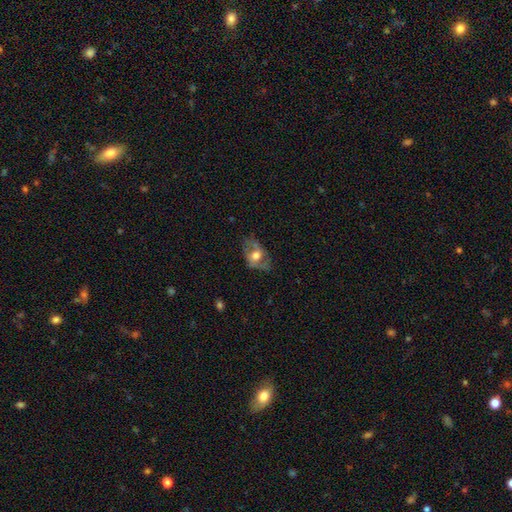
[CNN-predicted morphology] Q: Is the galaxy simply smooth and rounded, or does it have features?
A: featured or disk — 46%, tied with smooth.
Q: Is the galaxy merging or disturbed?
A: none — 56%.